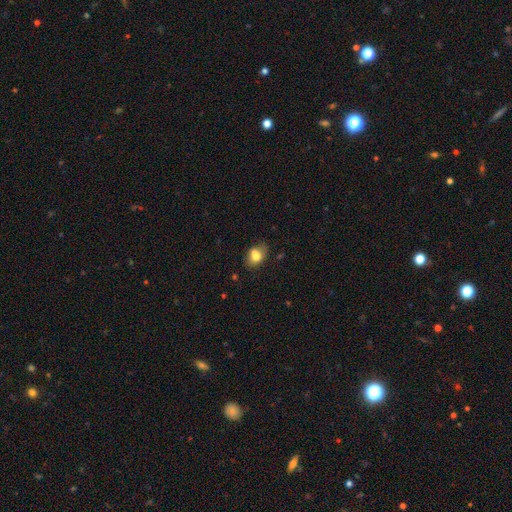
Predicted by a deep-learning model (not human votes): Smooth or featured?
  - smooth: 75% *
  - featured or disk: 16%
  - star or artifact: 10%
How rounded?
  - in between: 72% *
  - round: 27%
  - cigar-shaped: 2%
Merging?
  - none: 56% *
  - minor disturbance: 26%
  - merger: 10%
  - major disturbance: 8%